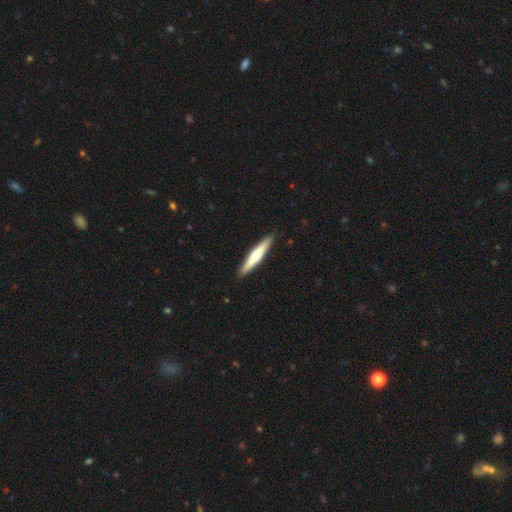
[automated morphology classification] Overall: smooth (55%; featured or disk 40%). How rounded: cigar-shaped (92%). Merging: none (91%).